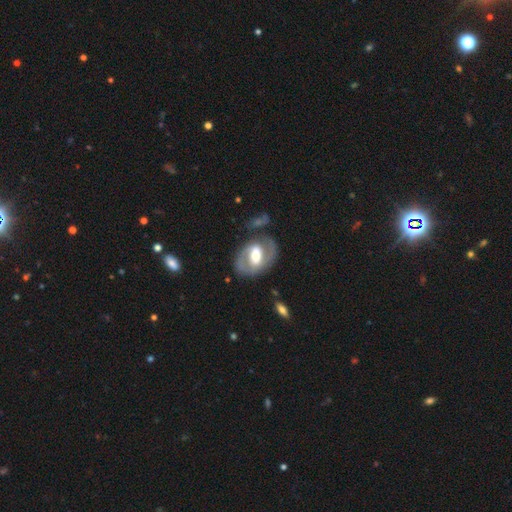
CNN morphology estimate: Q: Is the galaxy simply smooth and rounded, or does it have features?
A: featured or disk — 74%.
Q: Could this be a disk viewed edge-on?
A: no — 95%.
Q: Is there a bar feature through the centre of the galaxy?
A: weak — 39%.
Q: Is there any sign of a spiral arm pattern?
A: yes — 71%.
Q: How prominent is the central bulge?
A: moderate — 56%.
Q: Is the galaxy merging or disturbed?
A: none — 69%.